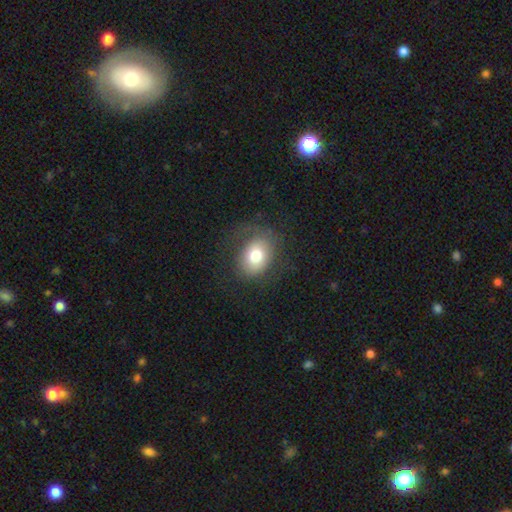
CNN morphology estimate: A smooth galaxy with no disk features (73%) that is in between round and cigar-shaped (63%).

Vote fractions:
- Smooth or featured? smooth: 73% / featured or disk: 18% / star or artifact: 9%
- How rounded? in between: 63% / round: 36% / cigar-shaped: 1%
- Merging? none: 69% / minor disturbance: 18% / major disturbance: 12% / merger: 1%